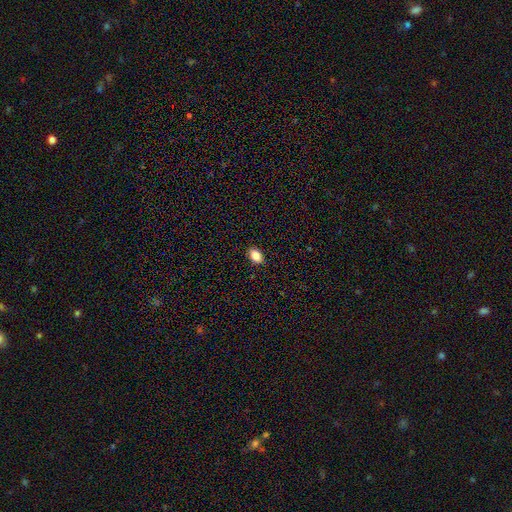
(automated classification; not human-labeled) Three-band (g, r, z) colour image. It shows a smooth galaxy with no disk features (87%) that is in between round and cigar-shaped (87%). Merging: none (89%).